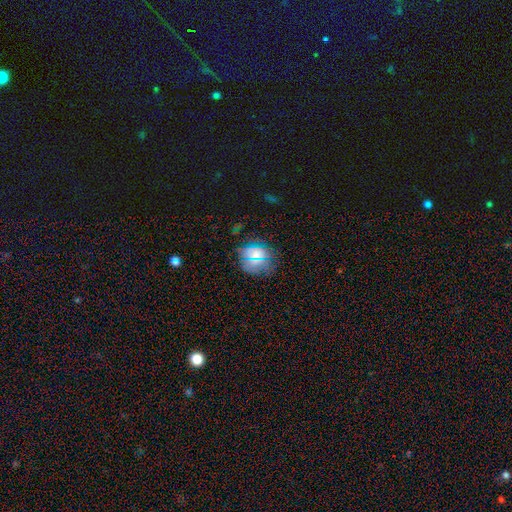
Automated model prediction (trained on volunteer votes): smooth 63%, star or artifact 24%, featured or disk 13%. Down the decision tree: how rounded — round (76%); merging — none (78%).